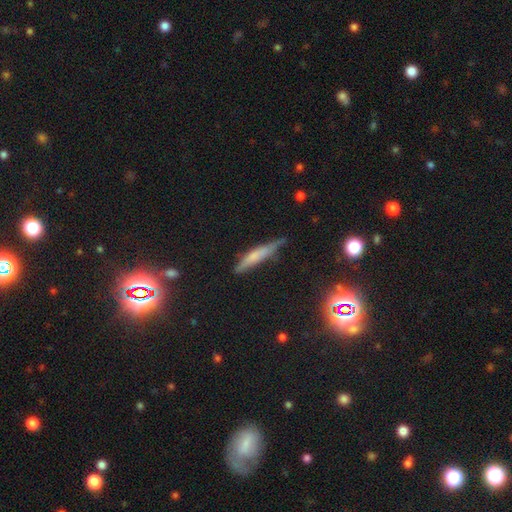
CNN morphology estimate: This appears to be a smooth galaxy with no disk features (58%) that is cigar-shaped (88%). Merging: none (62%).